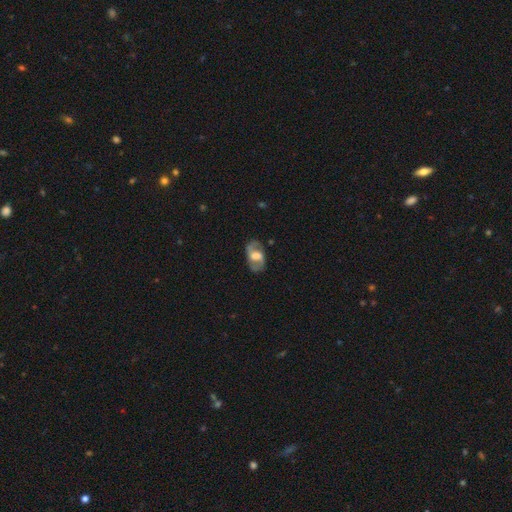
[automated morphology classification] The model was most divided on "bar": weak: 44%, no: 33%, strong: 23%. Remaining: edge-on disk — no (93%); merging — none (75%); spiral arms — yes (74%); smooth or featured — featured or disk (66%); bulge size — large (47%).